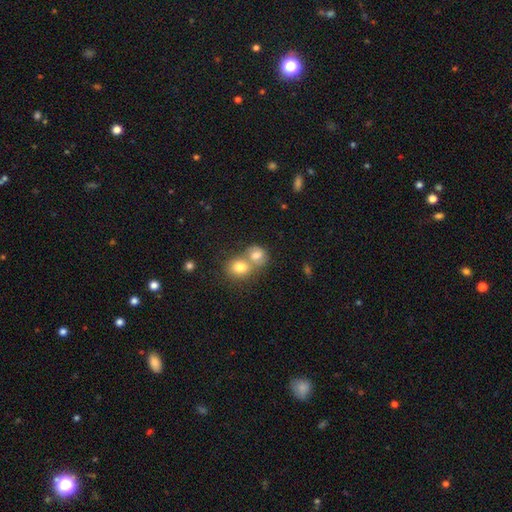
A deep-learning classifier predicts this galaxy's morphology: Smooth or featured? Predicted: smooth (p=0.65). How rounded? Predicted: round (p=0.75). Merging? Predicted: merger (p=0.48).